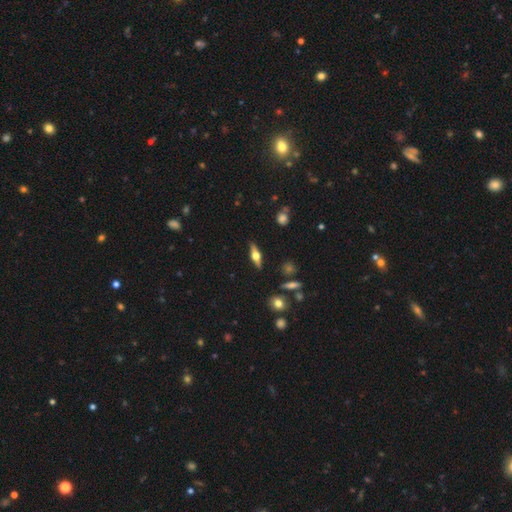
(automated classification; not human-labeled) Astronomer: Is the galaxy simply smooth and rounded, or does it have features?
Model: featured or disk — 63%.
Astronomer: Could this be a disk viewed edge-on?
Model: yes — 94%.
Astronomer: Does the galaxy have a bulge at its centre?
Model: rounded — 94%.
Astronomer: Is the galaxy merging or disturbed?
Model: none — 86%.